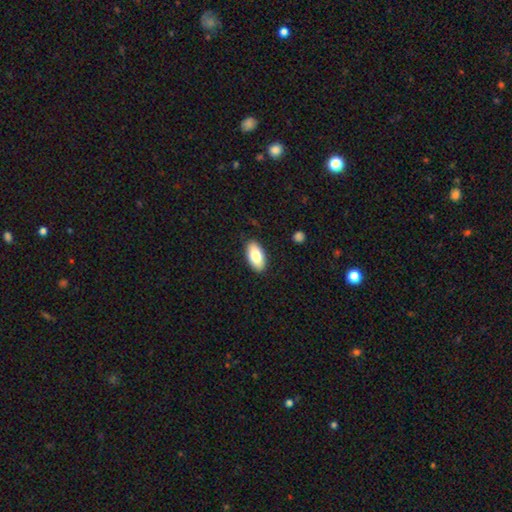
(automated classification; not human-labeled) Morphology: type=smooth (79%); roundness=in between (93%); merging=none (89%).